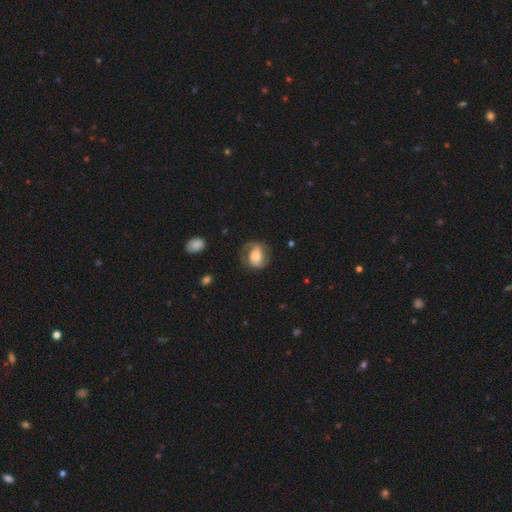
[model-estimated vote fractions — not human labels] featured or disk 58%, smooth 35%, star or artifact 7%. Down the decision tree: edge-on disk — no (97%); bar — no (38%, tied with weak); spiral arms — yes (84%); bulge size — moderate (46%); merging — none (61%).